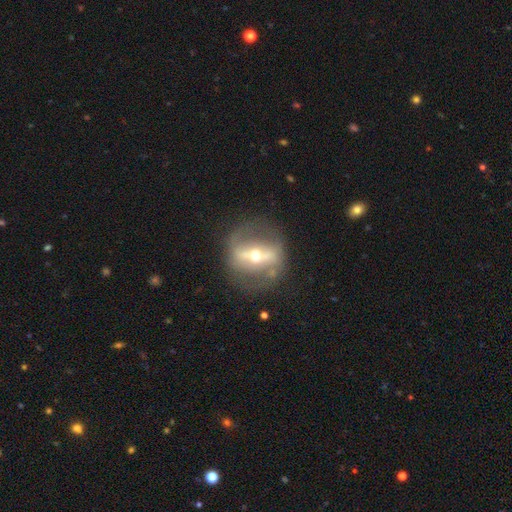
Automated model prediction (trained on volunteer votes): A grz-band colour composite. It shows a featured or disk galaxy (79%) with a strong bar (74%), no spiral arms (59%) and a moderate central bulge (65%). Merging: none (74%).